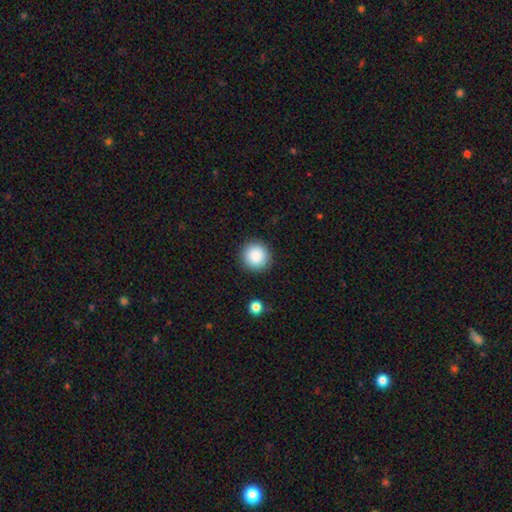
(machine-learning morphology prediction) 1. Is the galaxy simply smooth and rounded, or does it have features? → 88% smooth, 9% star or artifact, 3% featured or disk.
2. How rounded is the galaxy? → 96% round, 3% in between, 1% cigar-shaped.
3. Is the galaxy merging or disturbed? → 91% none, 5% minor disturbance, 2% major disturbance, 1% merger.